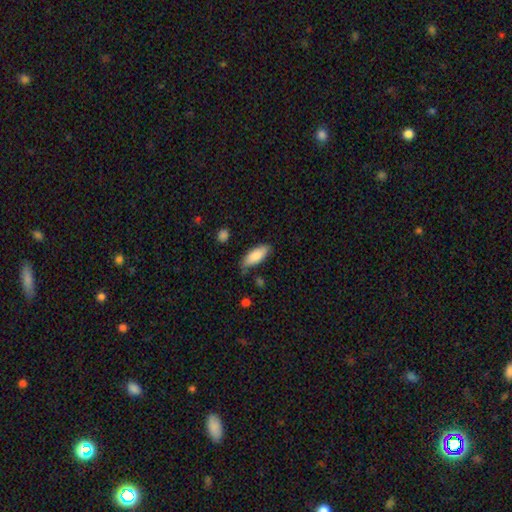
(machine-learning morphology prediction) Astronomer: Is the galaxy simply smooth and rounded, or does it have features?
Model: smooth — 84%.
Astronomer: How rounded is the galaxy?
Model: in between — 76%.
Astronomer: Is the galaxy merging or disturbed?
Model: none — 71%.